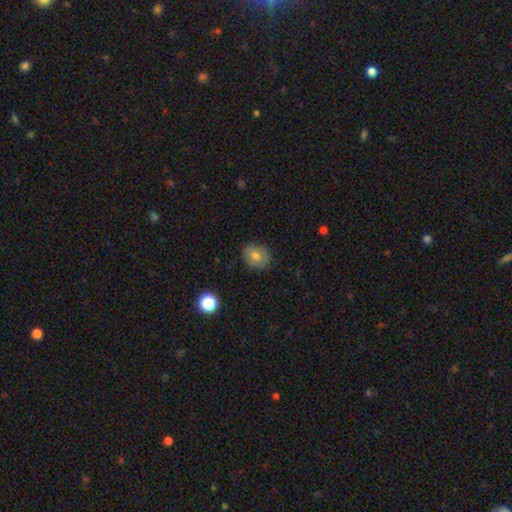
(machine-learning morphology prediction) Smooth or featured? smooth (75%)
How rounded? round (56%)
Merging? none (81%)